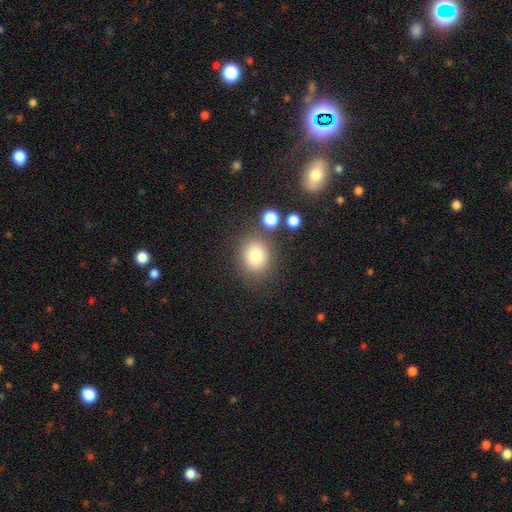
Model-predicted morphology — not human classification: Smooth or featured?
  - smooth: 79% *
  - star or artifact: 11%
  - featured or disk: 9%
How rounded?
  - round: 64% *
  - in between: 35%
  - cigar-shaped: 1%
Merging?
  - none: 77% *
  - minor disturbance: 12%
  - merger: 7%
  - major disturbance: 5%